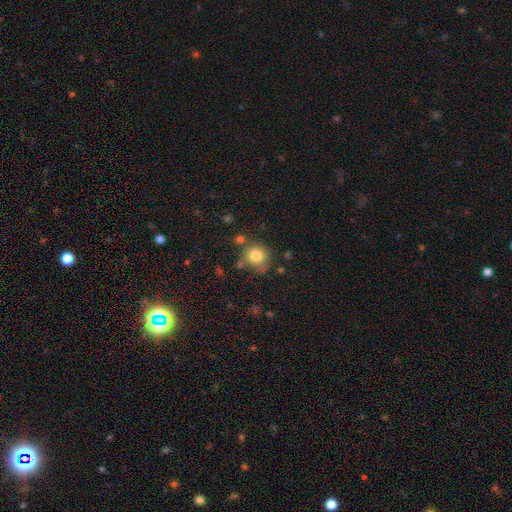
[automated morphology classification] Smooth or featured: smooth — 80% (star or artifact — 11%)
How rounded: round — 86% (in between — 13%)
Merging: none — 67% (minor disturbance — 18%)